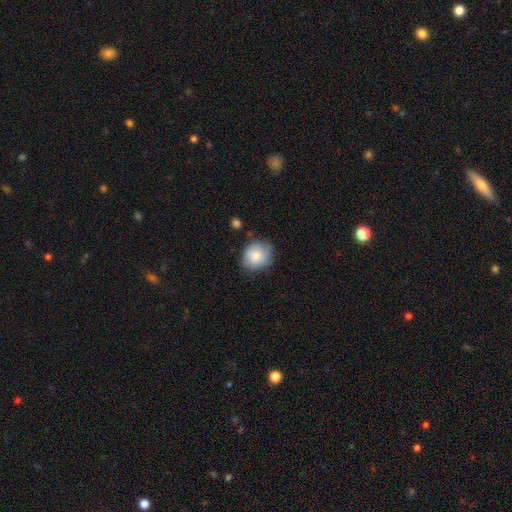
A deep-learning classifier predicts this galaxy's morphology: Q: Smooth or featured?
A: smooth (83%); runner-up: featured or disk (10%)
Q: How rounded?
A: round (70%); runner-up: in between (29%)
Q: Merging?
A: none (71%); runner-up: minor disturbance (22%)